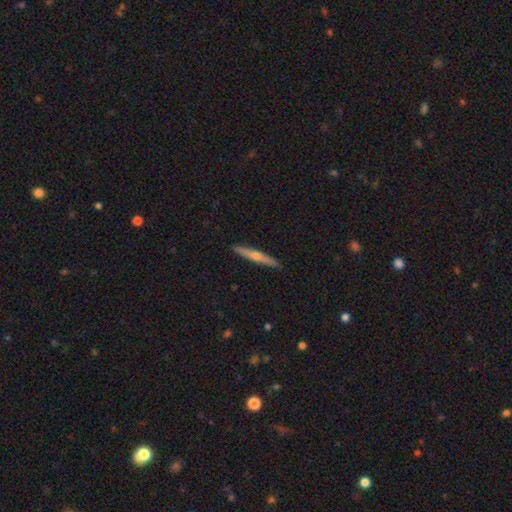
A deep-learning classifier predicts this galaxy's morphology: Smooth or featured: featured or disk — 65% (smooth — 29%)
Edge-on disk: yes — 97% (no — 3%)
Edge-on bulge: rounded — 83% (none — 13%)
Merging: none — 91% (minor disturbance — 6%)